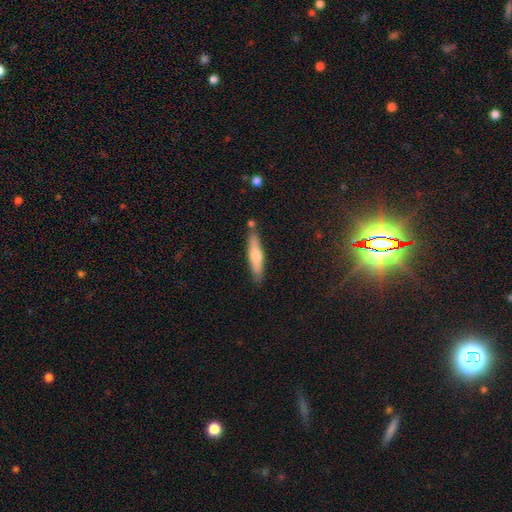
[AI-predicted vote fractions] This is possibly a smooth galaxy (56%). How rounded: clearly cigar-shaped (83%). Merging: likely none (79%).